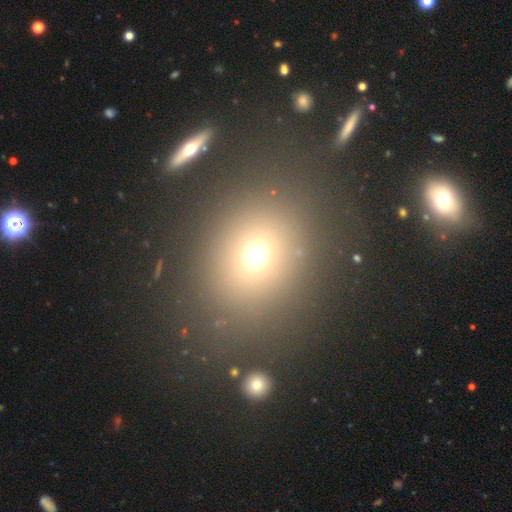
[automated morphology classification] This appears to be a smooth galaxy with no disk features (67%) that is round (74%). Merging: none (80%).